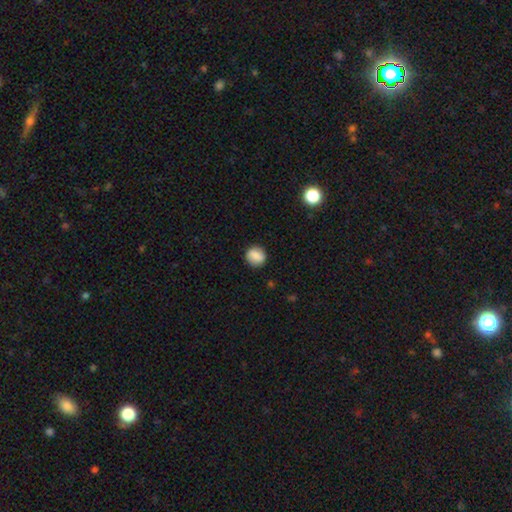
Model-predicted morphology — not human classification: A smooth galaxy with no disk features (83%) that is round (79%). Merging: none (86%).